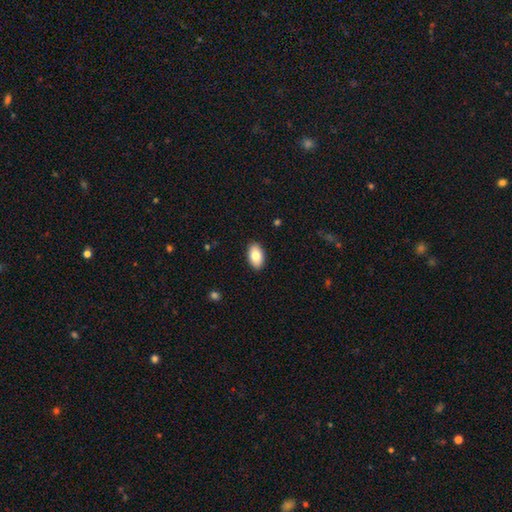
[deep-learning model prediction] A smooth galaxy with no disk features (83%) that is in between round and cigar-shaped (94%). Merging: none (90%).